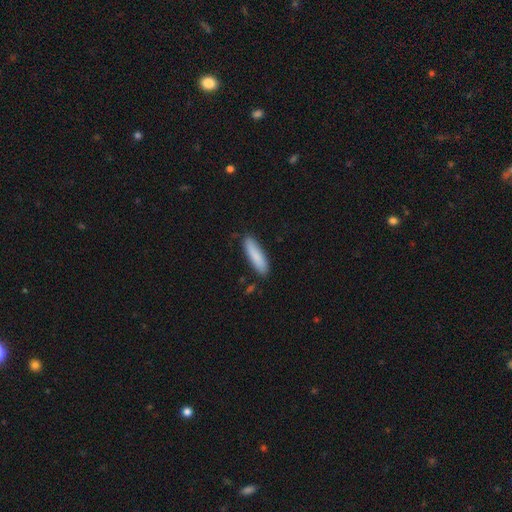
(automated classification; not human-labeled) A smooth galaxy with no disk features (85%) that is cigar-shaped (72%).

Vote fractions:
- Smooth or featured? smooth: 85% / featured or disk: 10% / star or artifact: 6%
- How rounded? cigar-shaped: 72% / in between: 26% / round: 1%
- Merging? none: 86% / minor disturbance: 11% / major disturbance: 2% / merger: 2%